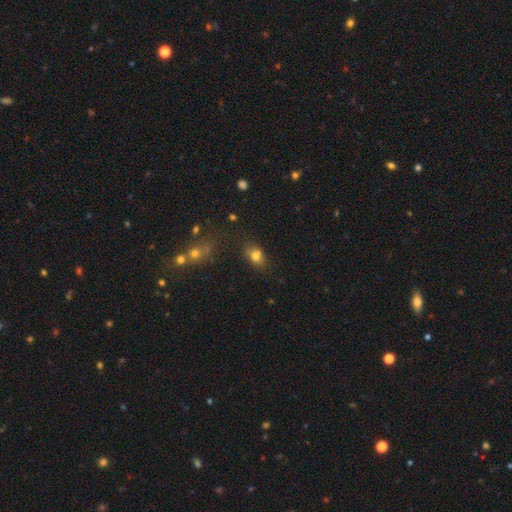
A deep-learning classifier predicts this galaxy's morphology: The model was most divided on "how rounded": in between: 65%, round: 32%, cigar-shaped: 2%. More confident: smooth or featured — smooth (77%); merging — none (64%).